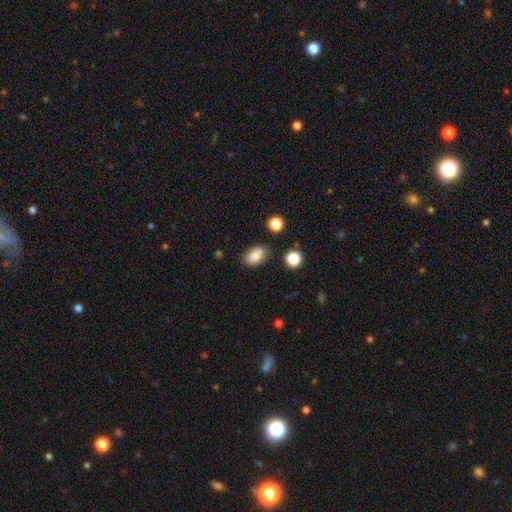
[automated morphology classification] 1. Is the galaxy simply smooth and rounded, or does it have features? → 83% smooth, 9% star or artifact, 8% featured or disk.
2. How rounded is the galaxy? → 89% in between, 8% round, 2% cigar-shaped.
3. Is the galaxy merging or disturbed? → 79% none, 13% minor disturbance, 4% merger, 3% major disturbance.